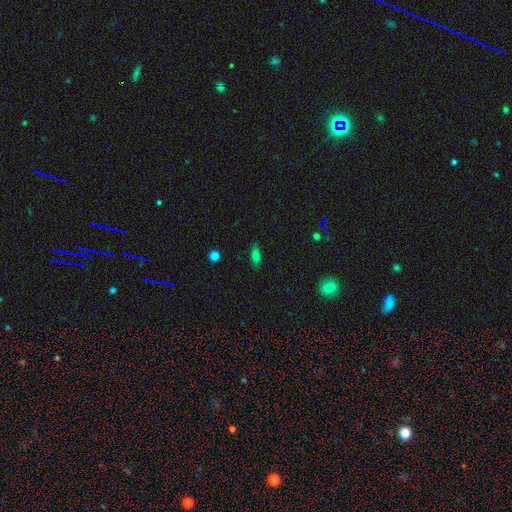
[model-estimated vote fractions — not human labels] Smooth or featured? Predicted: smooth (p=0.71). How rounded? Predicted: in between (p=0.71). Merging? Predicted: none (p=0.85).